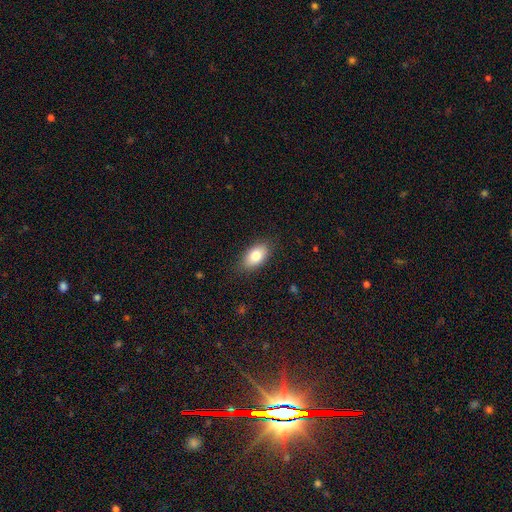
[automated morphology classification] type=smooth (81%); roundness=in between (92%); merging=none (85%).